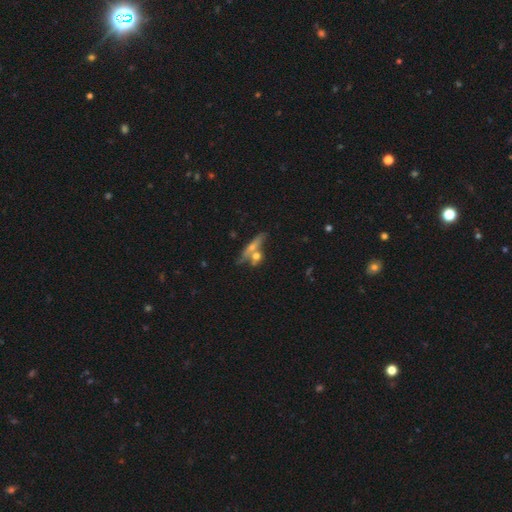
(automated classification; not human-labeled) Smooth or featured?
  - smooth: 47% *
  - featured or disk: 43%
  - star or artifact: 10%
Merging?
  - none: 47% *
  - merger: 35%
  - minor disturbance: 12%
  - major disturbance: 6%